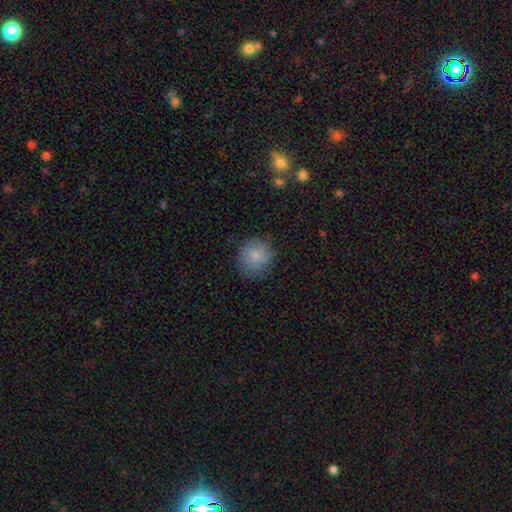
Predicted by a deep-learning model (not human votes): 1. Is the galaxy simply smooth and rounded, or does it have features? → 83% smooth, 9% featured or disk, 7% star or artifact.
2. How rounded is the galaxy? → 85% round, 14% in between, 1% cigar-shaped.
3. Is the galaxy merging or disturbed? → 79% none, 16% minor disturbance, 4% major disturbance, 1% merger.